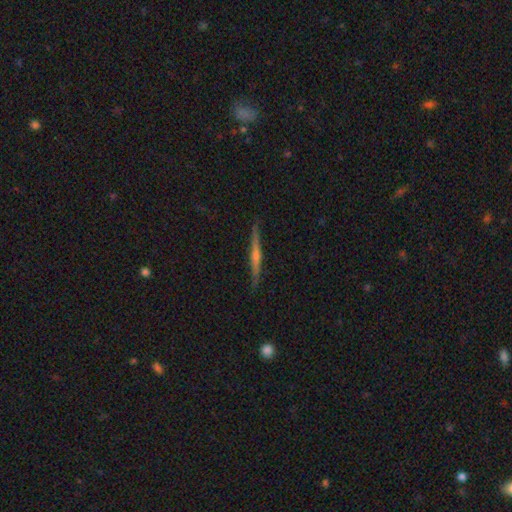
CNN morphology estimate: This appears to be a featured or disk galaxy (76%) viewed edge-on (98%) with a rounded central bulge (78%). Merging: none (91%).